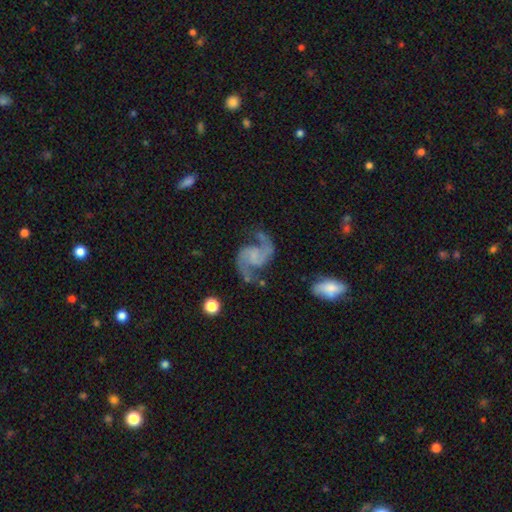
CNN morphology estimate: smooth_or_featured: featured or disk (p=0.91) [alt: star or artifact p=0.05]
disk_edge_on: no (p=0.98) [alt: yes p=0.02]
bar: no (p=0.54) [alt: weak p=0.35]
has_spiral_arms: yes (p=0.98) [alt: no p=0.02]
spiral_winding: medium (p=0.52) [alt: loose p=0.38]
spiral_arm_count: 2 (p=0.94) [alt: can't tell p=0.01]
bulge_size: none (p=0.54) [alt: small p=0.31]
merging: none (p=0.71) [alt: minor disturbance p=0.16]